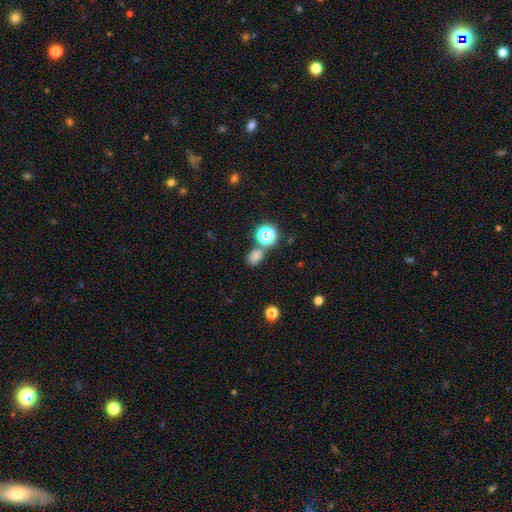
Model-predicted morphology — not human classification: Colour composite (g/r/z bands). It shows a smooth galaxy with no disk features (68%) that is in between round and cigar-shaped (63%). Merging: none (68%).